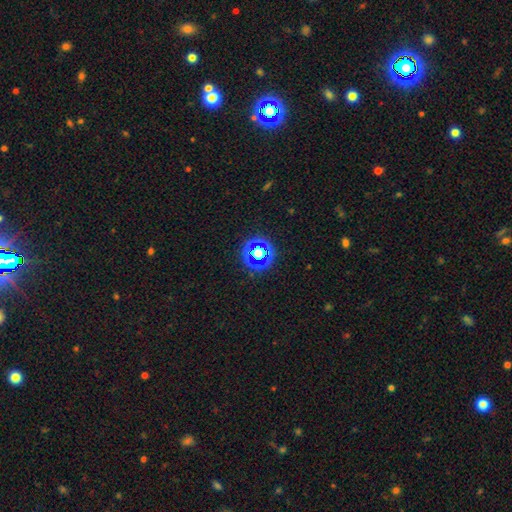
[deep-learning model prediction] Morphology: type=star or artifact (73%).